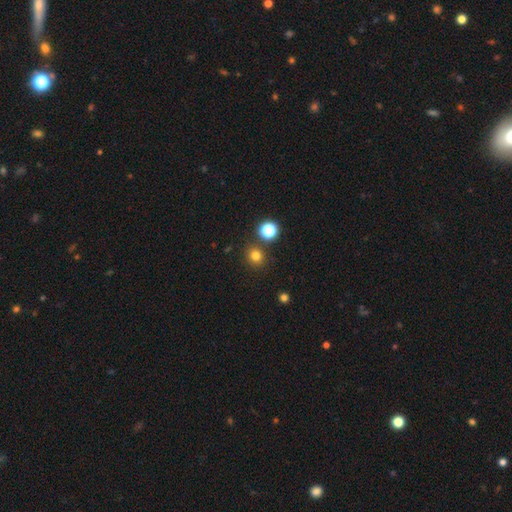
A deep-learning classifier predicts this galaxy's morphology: Smooth or featured? Predicted: smooth (p=0.77). How rounded? Predicted: round (p=0.85). Merging? Predicted: none (p=0.84).